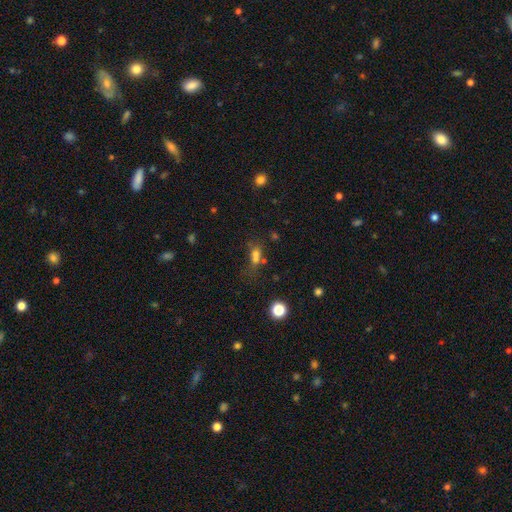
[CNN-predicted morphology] smooth_or_featured: smooth (p=0.64) [alt: star or artifact p=0.22]
how_rounded: in between (p=0.56) [alt: round p=0.34]
merging: merger (p=0.38) [alt: none p=0.37]